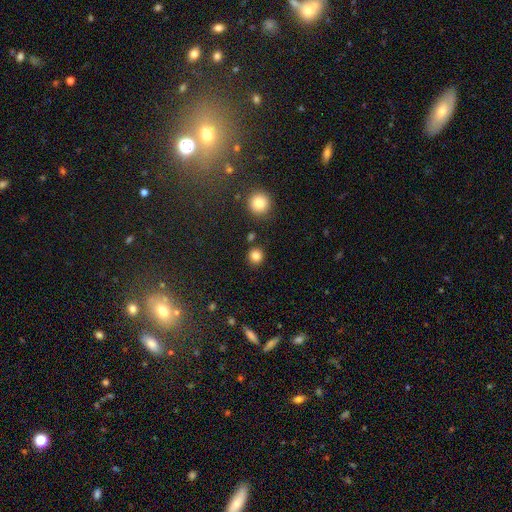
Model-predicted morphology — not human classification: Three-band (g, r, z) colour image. It shows a smooth galaxy with no disk features (83%) that is round (91%). Merging: none (86%).